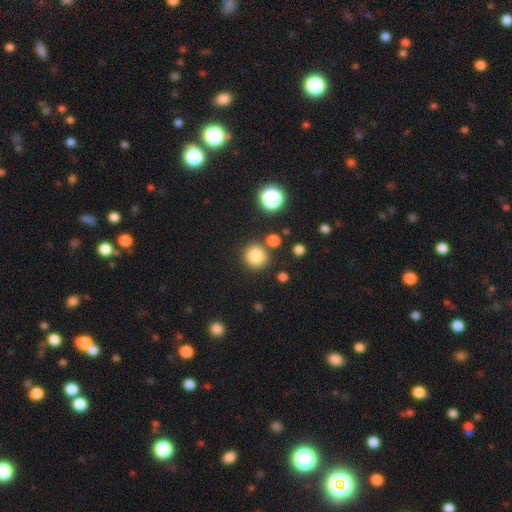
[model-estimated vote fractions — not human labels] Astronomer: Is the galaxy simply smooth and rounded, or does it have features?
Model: smooth — 81%.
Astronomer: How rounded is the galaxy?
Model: round — 93%.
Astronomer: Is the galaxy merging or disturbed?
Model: none — 81%.